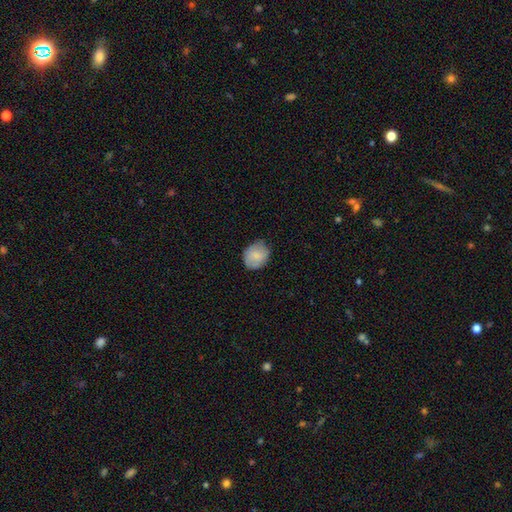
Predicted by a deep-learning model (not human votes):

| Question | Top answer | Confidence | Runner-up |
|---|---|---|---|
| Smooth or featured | smooth | 81% | featured or disk (12%) |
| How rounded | round | 63% | in between (36%) |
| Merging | none | 72% | minor disturbance (23%) |